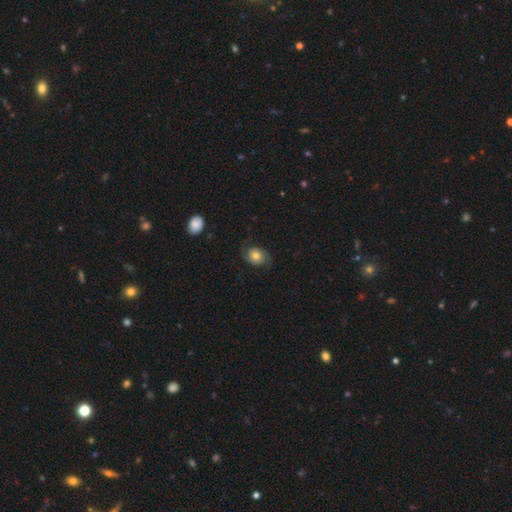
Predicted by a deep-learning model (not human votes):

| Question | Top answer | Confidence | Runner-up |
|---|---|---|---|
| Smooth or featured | featured or disk | 64% | smooth (28%) |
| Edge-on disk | no | 97% | yes (3%) |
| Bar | no | 79% | weak (17%) |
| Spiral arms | yes | 91% | no (9%) |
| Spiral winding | medium | 42% | loose (36%) |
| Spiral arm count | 2 | 91% | can't tell (4%) |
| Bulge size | moderate | 69% | small (15%) |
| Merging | none | 74% | minor disturbance (16%) |